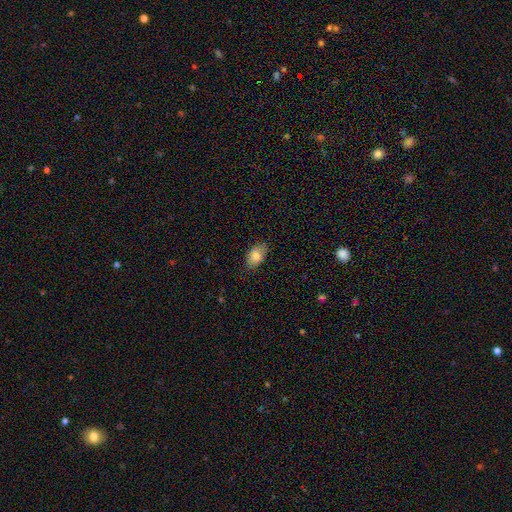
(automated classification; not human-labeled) Q: Smooth or featured?
A: smooth (81%); runner-up: featured or disk (11%)
Q: How rounded?
A: in between (91%); runner-up: round (7%)
Q: Merging?
A: none (79%); runner-up: minor disturbance (17%)